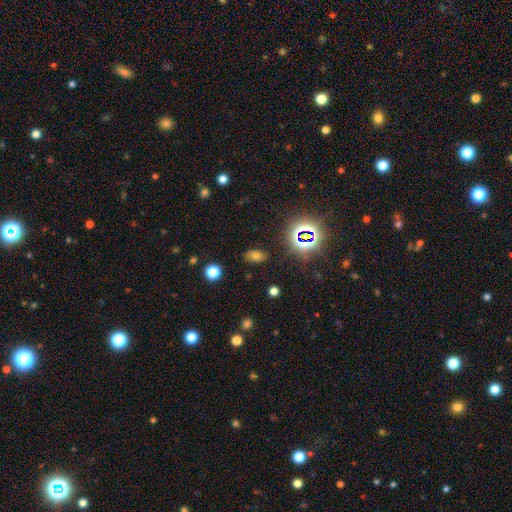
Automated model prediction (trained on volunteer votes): Overall: smooth (60%; star or artifact 28%). How rounded: in between (86%). Merging: none (81%).